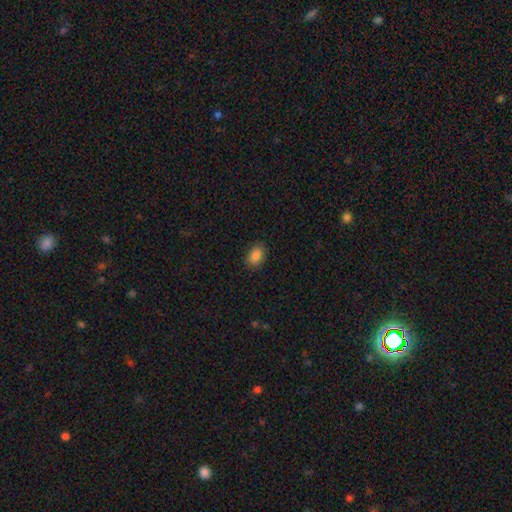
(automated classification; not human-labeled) smooth-or-featured: smooth: 87% | star or artifact: 8% | featured or disk: 5%
  how-rounded: in between: 83% | round: 16% | cigar-shaped: 1%
  merging: none: 86% | minor disturbance: 11% | major disturbance: 3% | merger: 1%